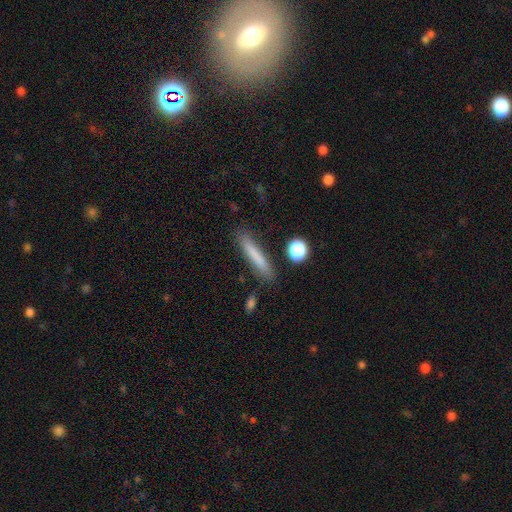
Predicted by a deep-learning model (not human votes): Smooth or featured: smooth — 76% (featured or disk — 16%)
How rounded: cigar-shaped — 91% (in between — 7%)
Merging: none — 84% (minor disturbance — 11%)